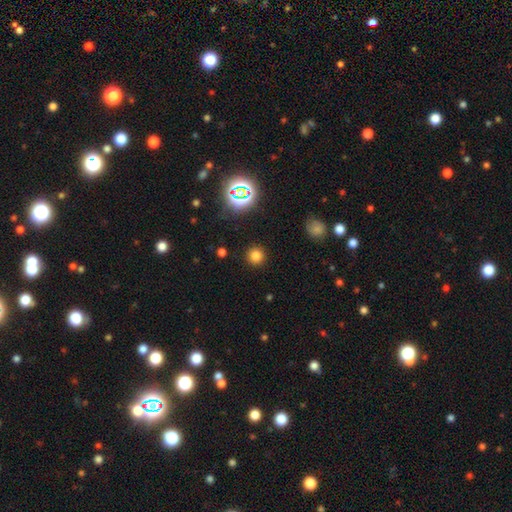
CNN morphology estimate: This is likely a smooth galaxy (75%). How rounded: clearly round (94%). Merging: clearly none (90%).